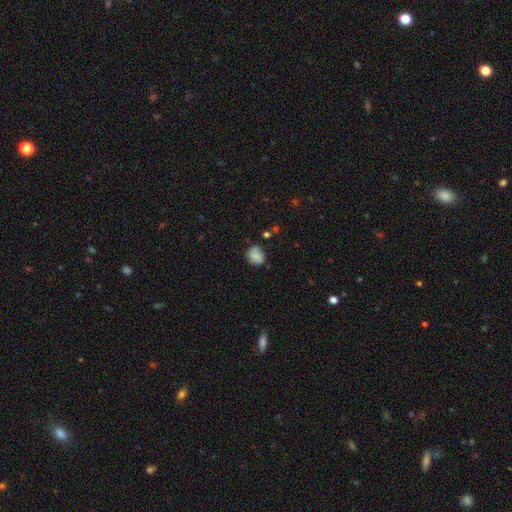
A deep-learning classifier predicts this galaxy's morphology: The model was most divided on "how rounded": round: 68%, in between: 31%, cigar-shaped: 1%. More confident: smooth or featured — smooth (82%); merging — none (66%).